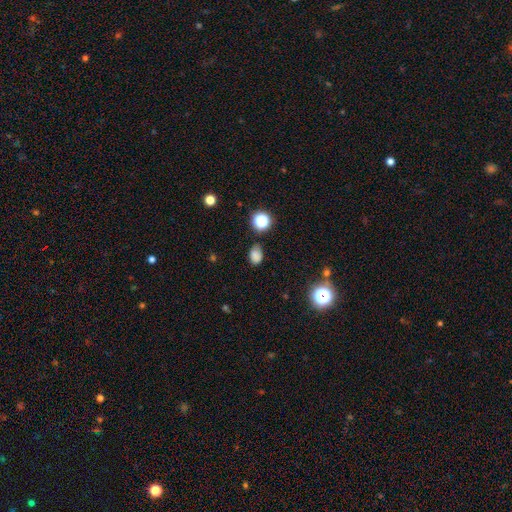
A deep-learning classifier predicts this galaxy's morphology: The model was most divided on "how rounded": in between: 73%, round: 26%, cigar-shaped: 1%. More confident: smooth or featured — smooth (78%); merging — none (76%).